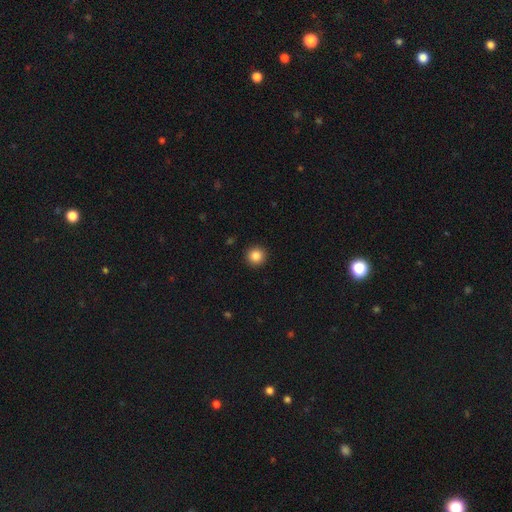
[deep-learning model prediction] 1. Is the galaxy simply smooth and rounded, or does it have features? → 85% smooth, 10% star or artifact, 4% featured or disk.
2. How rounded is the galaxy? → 95% round, 4% in between, 1% cigar-shaped.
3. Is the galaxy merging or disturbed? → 93% none, 5% minor disturbance, 2% major disturbance, 1% merger.